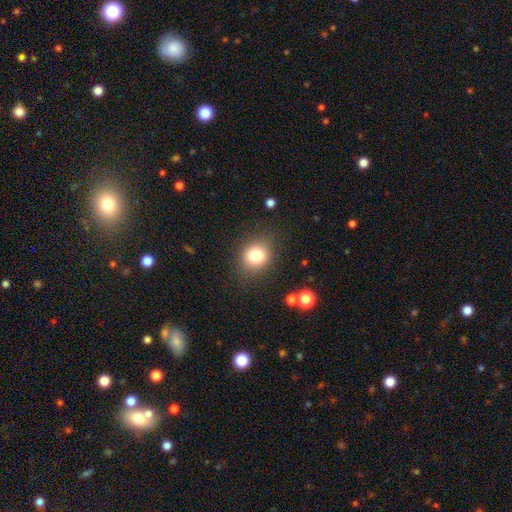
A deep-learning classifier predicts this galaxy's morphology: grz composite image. It shows a smooth galaxy with no disk features (79%) that is round (72%). Merging: none (84%).